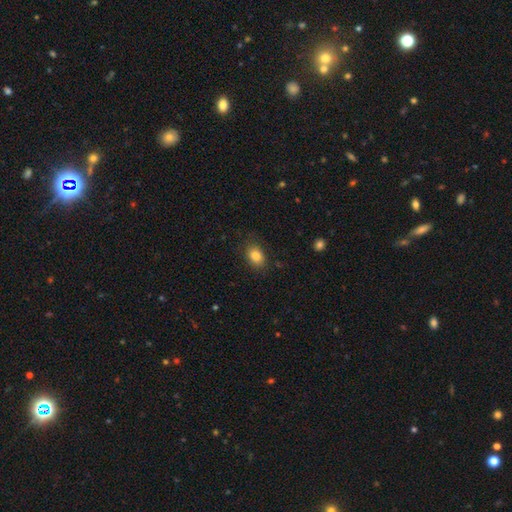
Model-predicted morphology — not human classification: A smooth galaxy with no disk features (83%) that is in between round and cigar-shaped (72%). Merging: none (83%).